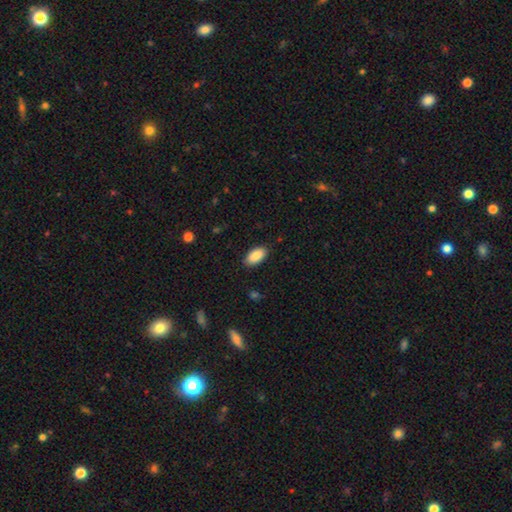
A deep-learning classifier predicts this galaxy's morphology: A smooth galaxy with no disk features (90%) that is in between round and cigar-shaped (93%).

Vote fractions:
- Smooth or featured? smooth: 90% / star or artifact: 6% / featured or disk: 4%
- How rounded? in between: 93% / cigar-shaped: 4% / round: 2%
- Merging? none: 88% / minor disturbance: 9% / major disturbance: 2% / merger: 1%